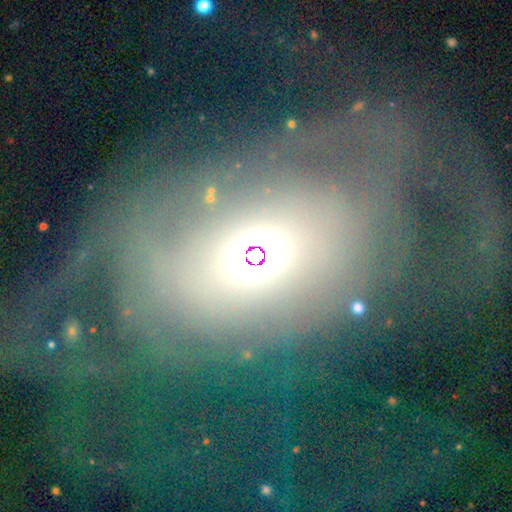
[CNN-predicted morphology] This appears to be a smooth galaxy with no disk features (47%). Merging: none (65%).